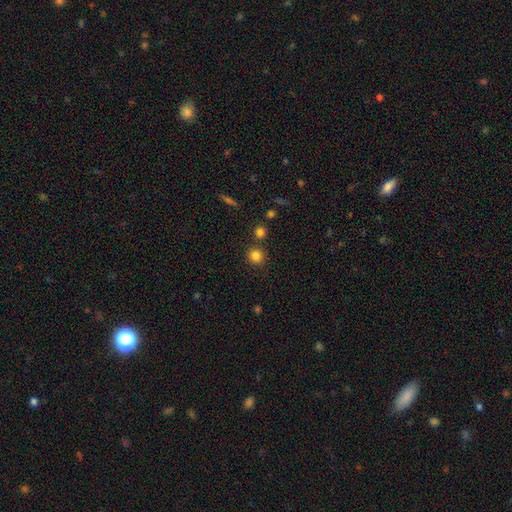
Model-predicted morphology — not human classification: This is clearly a smooth galaxy (83%). How rounded: clearly round (92%). Merging: clearly none (83%).